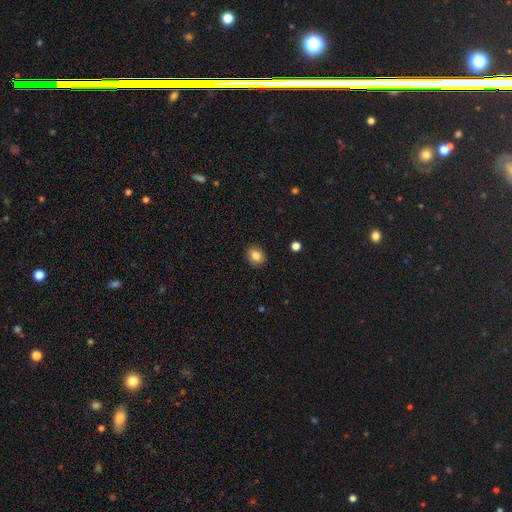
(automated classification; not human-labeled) smooth_or_featured: smooth (p=0.83) [alt: star or artifact p=0.10]
how_rounded: round (p=0.56) [alt: in between p=0.43]
merging: none (p=0.89) [alt: minor disturbance p=0.08]